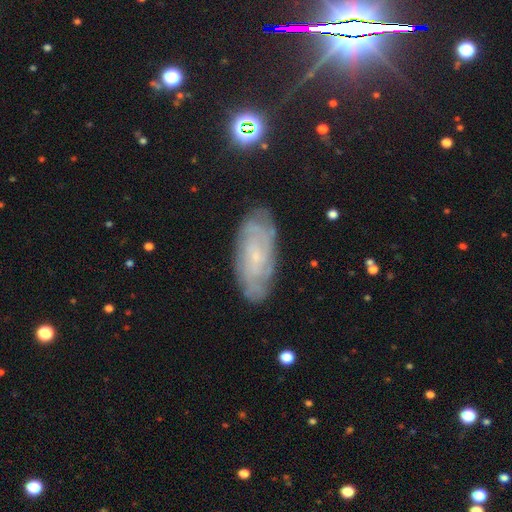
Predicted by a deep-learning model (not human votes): A featured or disk galaxy (71%) with no bar (68%), tight (69%) spiral arms (91%) and a small central bulge (79%). Merging: none (80%).